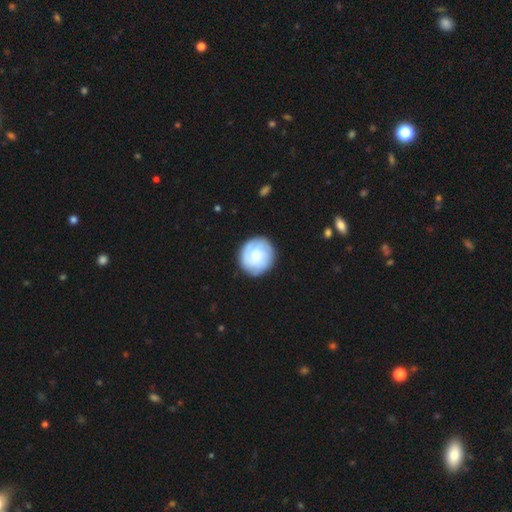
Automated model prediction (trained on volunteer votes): Smooth or featured? smooth (51%)
How rounded? round (88%)
Merging? none (85%)